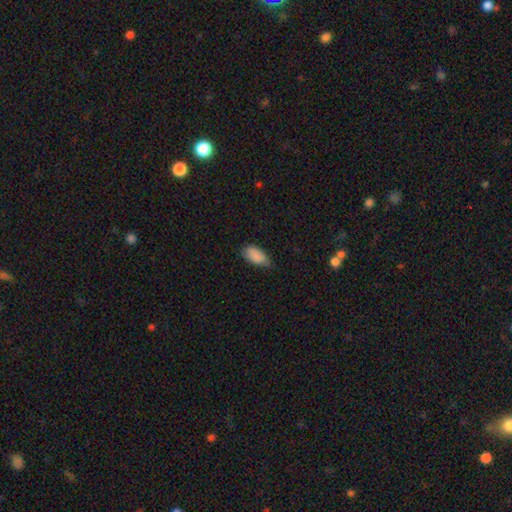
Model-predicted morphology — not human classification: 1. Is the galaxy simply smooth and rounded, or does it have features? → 89% smooth, 7% star or artifact, 5% featured or disk.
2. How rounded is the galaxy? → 94% in between, 3% cigar-shaped, 3% round.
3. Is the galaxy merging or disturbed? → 60% none, 34% minor disturbance, 5% major disturbance, 1% merger.